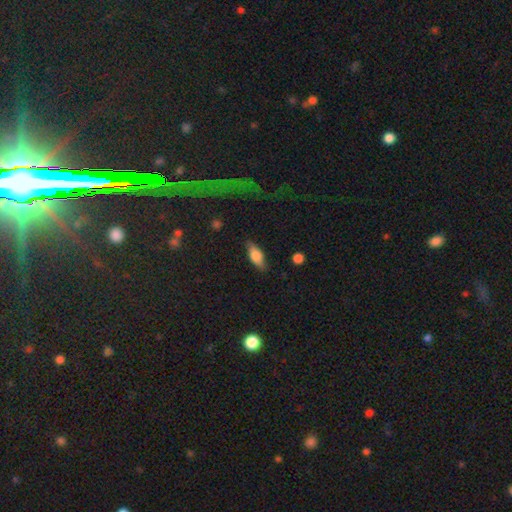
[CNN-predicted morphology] Smooth or featured? Predicted: smooth (p=0.70). How rounded? Predicted: in between (p=0.76). Merging? Predicted: none (p=0.80).